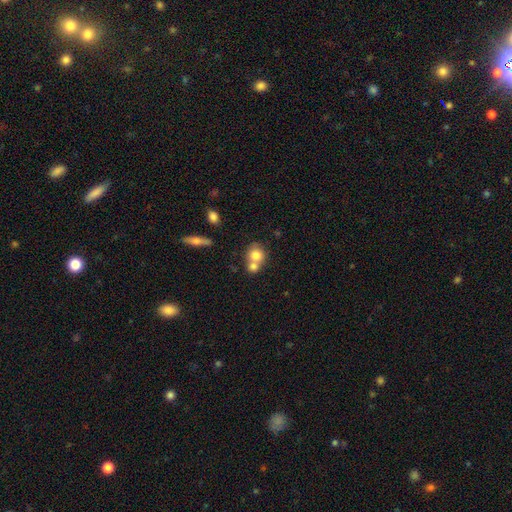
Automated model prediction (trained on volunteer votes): smooth 75%, featured or disk 16%, star or artifact 9%. Down the decision tree: how rounded — round (77%); merging — merger (53%).